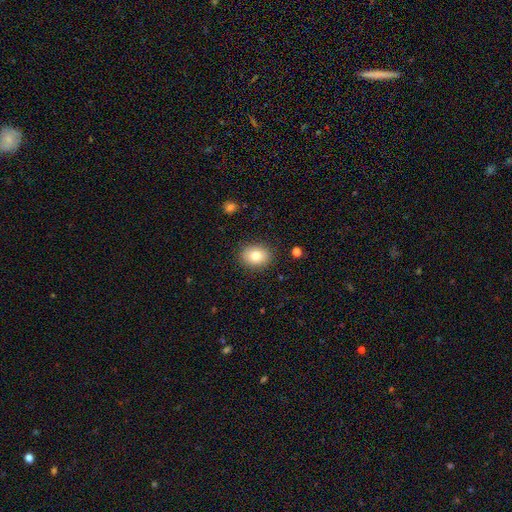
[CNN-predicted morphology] Smooth or featured? Predicted: smooth (p=0.78). How rounded? Predicted: in between (p=0.56). Merging? Predicted: none (p=0.87).